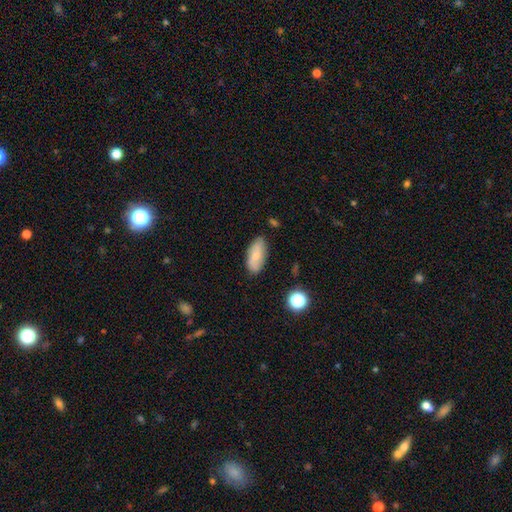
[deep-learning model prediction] Overall: smooth (66%; featured or disk 26%). How rounded: in between (87%). Merging: none (80%).